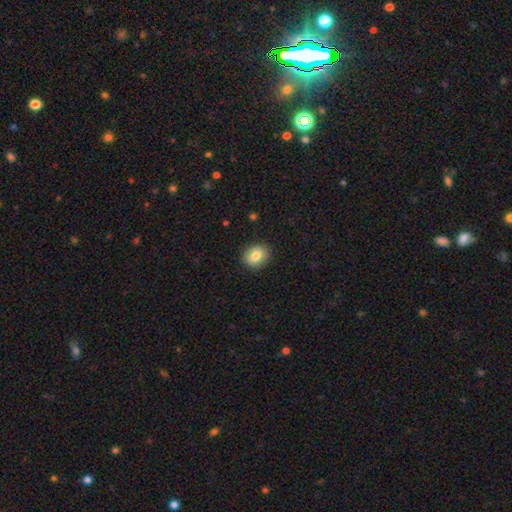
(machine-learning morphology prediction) This appears to be a smooth galaxy with no disk features (80%) that is round (57%). Merging: none (89%).